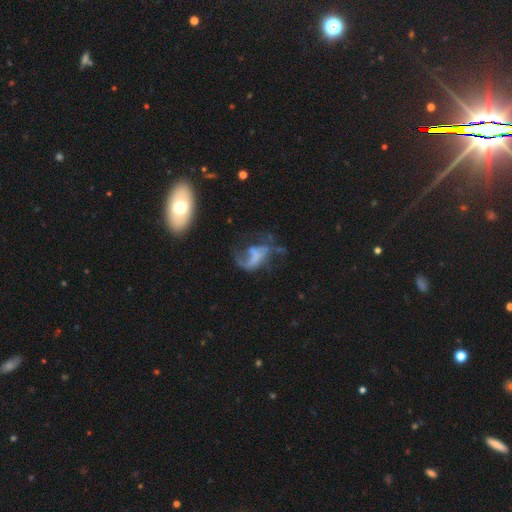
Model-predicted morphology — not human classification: featured or disk 62%, smooth 25%, star or artifact 14%. Down the decision tree: edge-on disk — no (97%); bar — no (65%); spiral arms — yes (54%); bulge size — none (72%); merging — major disturbance (48%).